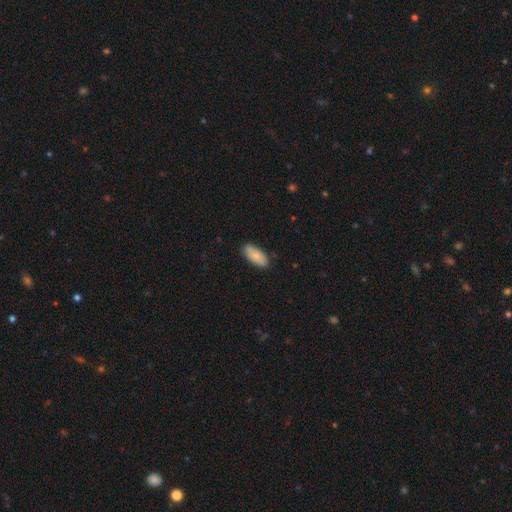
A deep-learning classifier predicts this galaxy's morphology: Smooth or featured? Predicted: smooth (p=0.80). How rounded? Predicted: in between (p=0.89). Merging? Predicted: none (p=0.85).